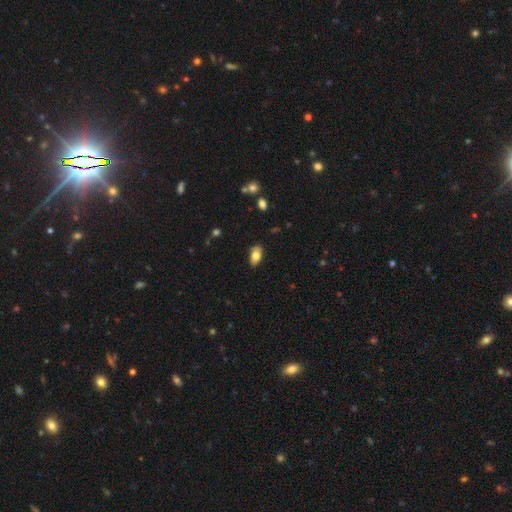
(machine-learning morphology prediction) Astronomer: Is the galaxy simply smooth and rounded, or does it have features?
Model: smooth — 76%.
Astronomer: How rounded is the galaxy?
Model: in between — 92%.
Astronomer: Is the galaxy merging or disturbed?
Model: none — 82%.